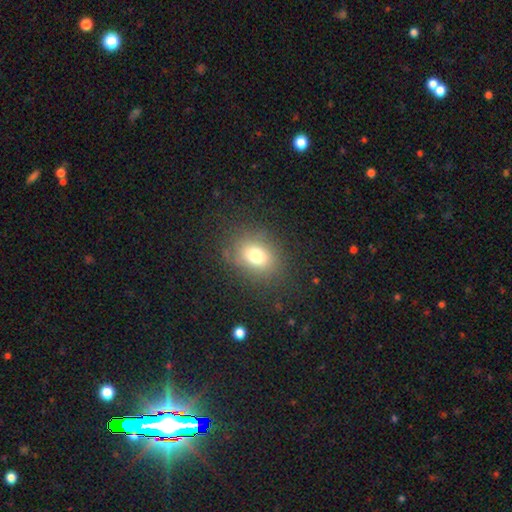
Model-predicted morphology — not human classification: This appears to be a smooth galaxy with no disk features (75%) that is in between round and cigar-shaped (55%). Merging: none (80%).